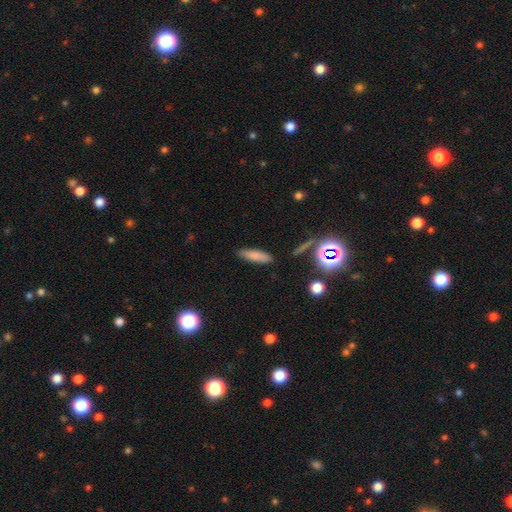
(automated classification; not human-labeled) This appears to be a smooth galaxy with no disk features (80%) that is cigar-shaped (64%). Merging: none (87%).